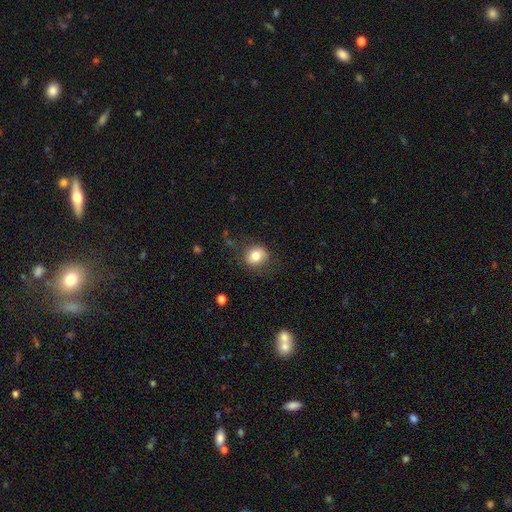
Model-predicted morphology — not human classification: A smooth galaxy with no disk features (79%) that is round (67%). Merging: none (76%).